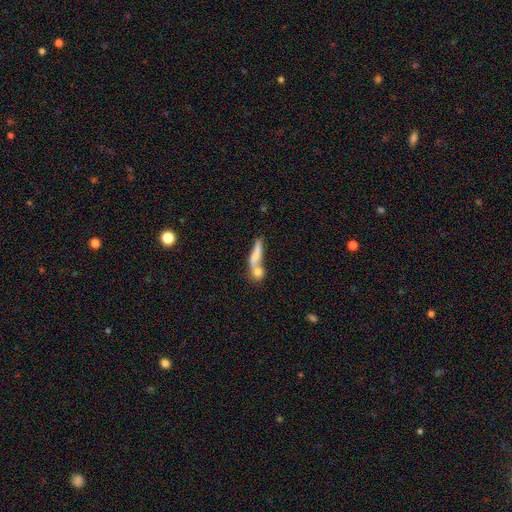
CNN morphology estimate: A smooth galaxy with no disk features (67%) that is cigar-shaped (68%).

Vote fractions:
- Smooth or featured? smooth: 67% / featured or disk: 25% / star or artifact: 8%
- How rounded? cigar-shaped: 68% / in between: 25% / round: 7%
- Merging? merger: 54% / none: 29% / minor disturbance: 10% / major disturbance: 7%